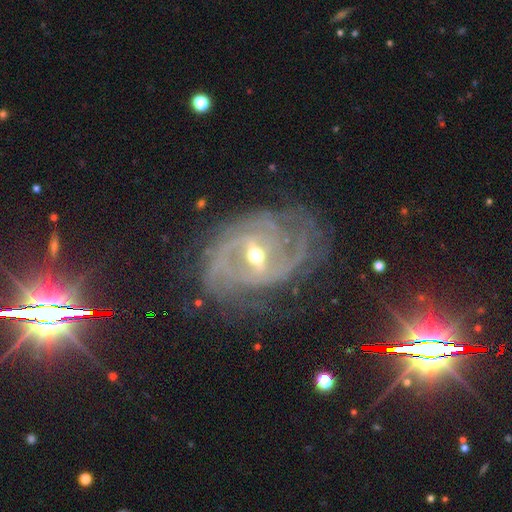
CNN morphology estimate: This is clearly a featured or disk galaxy (91%). It is clearly not viewed edge-on (96%). Bar: possibly strong (46%). Spiral arm pattern: clearly yes (96%). Spiral arm count: marginally 2 (39%). Spiral winding: possibly tight (49%). Central bulge: possibly moderate (53%). Merging: likely none (64%).